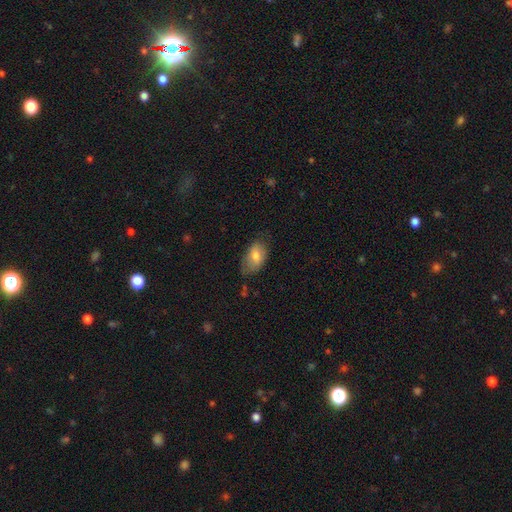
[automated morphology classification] Smooth or featured? Predicted: smooth (p=0.74). How rounded? Predicted: in between (p=0.92). Merging? Predicted: none (p=0.63).